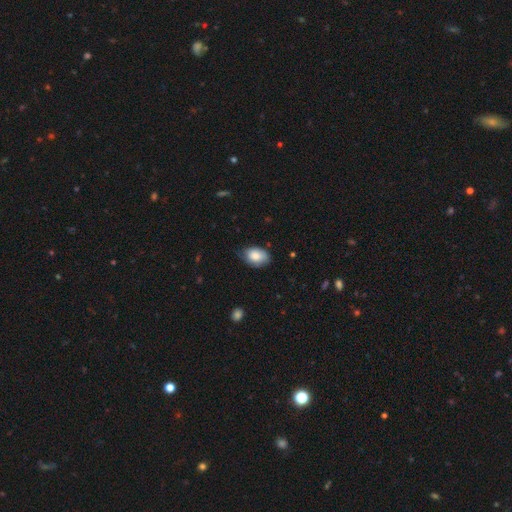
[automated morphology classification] Q: Smooth or featured?
A: smooth (81%); runner-up: featured or disk (13%)
Q: How rounded?
A: in between (87%); runner-up: round (12%)
Q: Merging?
A: none (63%); runner-up: minor disturbance (30%)